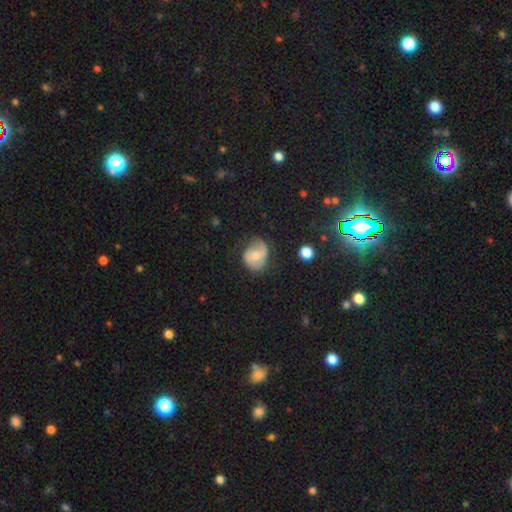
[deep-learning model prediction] Smooth or featured? featured or disk (53%)
Edge-on disk? no (97%)
Bar? weak (44%)
Spiral arms? yes (75%)
Bulge size? moderate (63%)
Merging? none (62%)